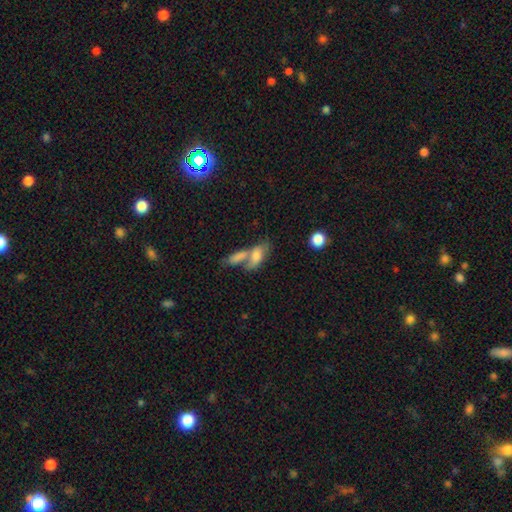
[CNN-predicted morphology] smooth_or_featured: smooth (p=0.70) [alt: featured or disk p=0.23]
how_rounded: in between (p=0.79) [alt: cigar-shaped p=0.16]
merging: merger (p=0.59) [alt: none p=0.25]